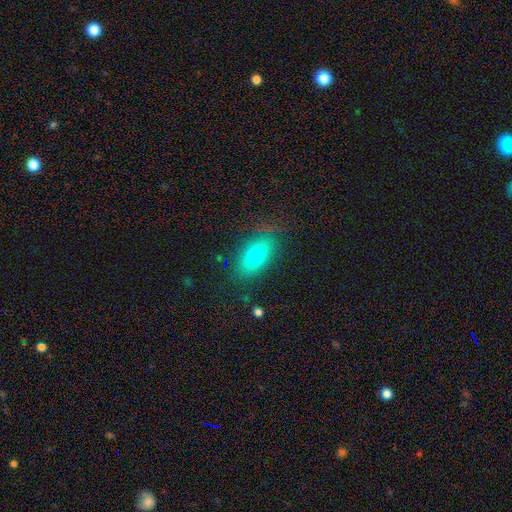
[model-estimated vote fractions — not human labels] smooth_or_featured: smooth (p=0.74) [alt: featured or disk p=0.17]
how_rounded: in between (p=0.83) [alt: cigar-shaped p=0.12]
merging: none (p=0.79) [alt: minor disturbance p=0.14]